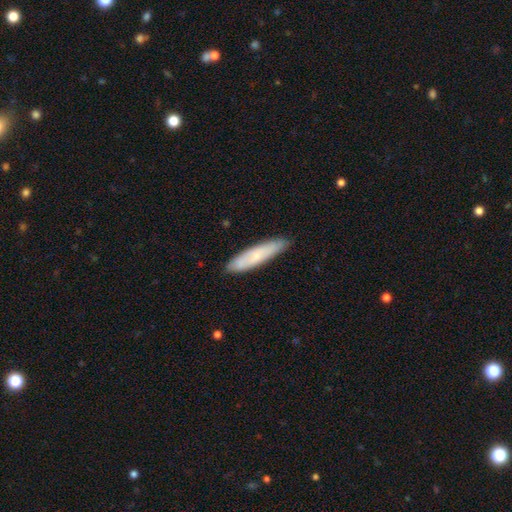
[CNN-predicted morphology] This appears to be a smooth galaxy with no disk features (64%) that is cigar-shaped (79%). Merging: none (85%).